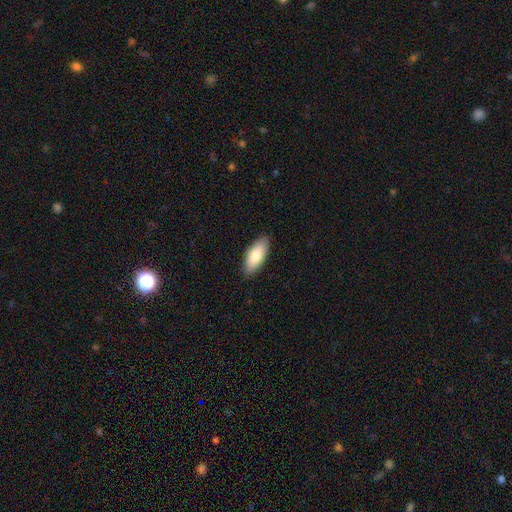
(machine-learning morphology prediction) A smooth galaxy with no disk features (79%) that is in between round and cigar-shaped (81%).

Vote fractions:
- Smooth or featured? smooth: 79% / featured or disk: 16% / star or artifact: 6%
- How rounded? in between: 81% / cigar-shaped: 17% / round: 2%
- Merging? none: 88% / minor disturbance: 9% / major disturbance: 2% / merger: 1%